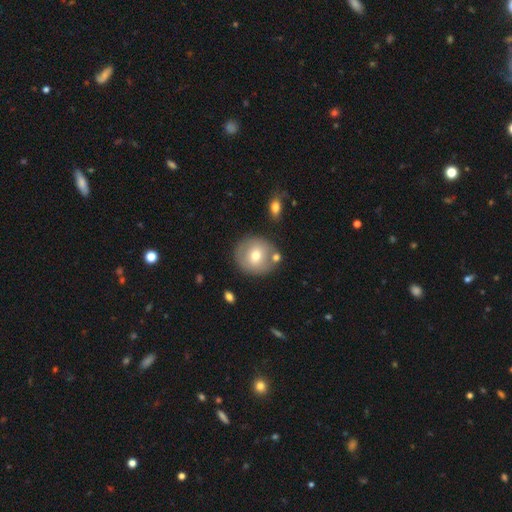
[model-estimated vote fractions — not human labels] smooth-or-featured: smooth: 65% | featured or disk: 27% | star or artifact: 8%
  how-rounded: round: 87% | in between: 12% | cigar-shaped: 1%
  merging: none: 75% | minor disturbance: 11% | merger: 10% | major disturbance: 3%